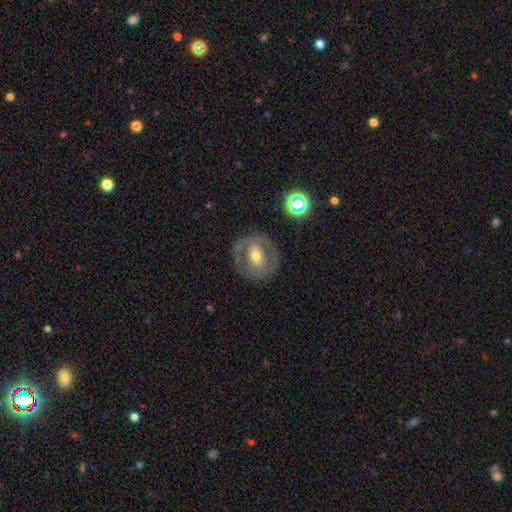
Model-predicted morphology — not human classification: smooth_or_featured: featured or disk (p=0.64) [alt: smooth p=0.29]
disk_edge_on: no (p=0.95) [alt: yes p=0.05]
bar: no (p=0.41) [alt: weak p=0.34]
has_spiral_arms: no (p=0.65) [alt: yes p=0.35]
bulge_size: moderate (p=0.62) [alt: small p=0.30]
merging: none (p=0.80) [alt: minor disturbance p=0.12]